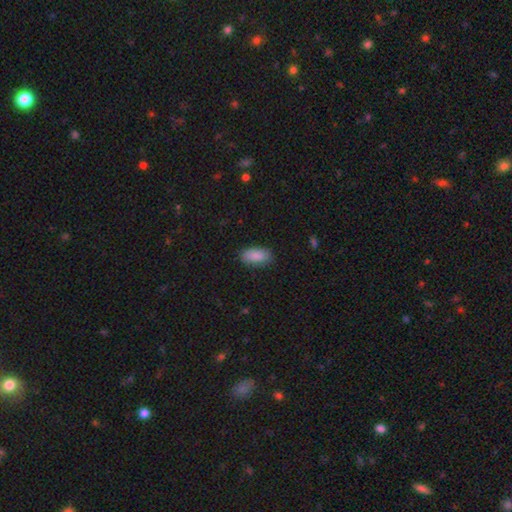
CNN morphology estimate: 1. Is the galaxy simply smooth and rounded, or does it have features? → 89% smooth, 6% star or artifact, 5% featured or disk.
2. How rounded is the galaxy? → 92% in between, 5% cigar-shaped, 3% round.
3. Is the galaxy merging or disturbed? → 82% none, 14% minor disturbance, 3% major disturbance, 1% merger.